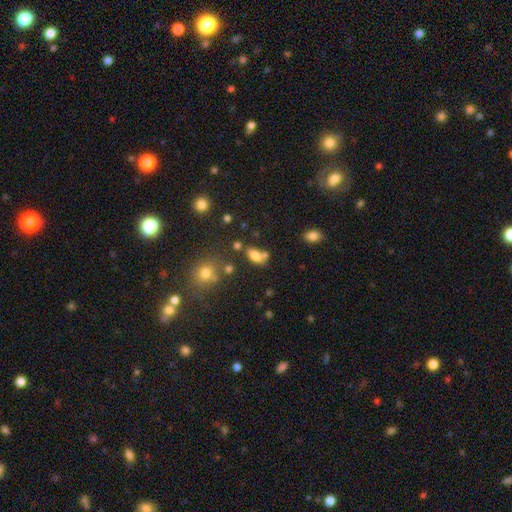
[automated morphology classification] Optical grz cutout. It shows a smooth galaxy with no disk features (76%) that is in between round and cigar-shaped (86%). Merging: none (49%).